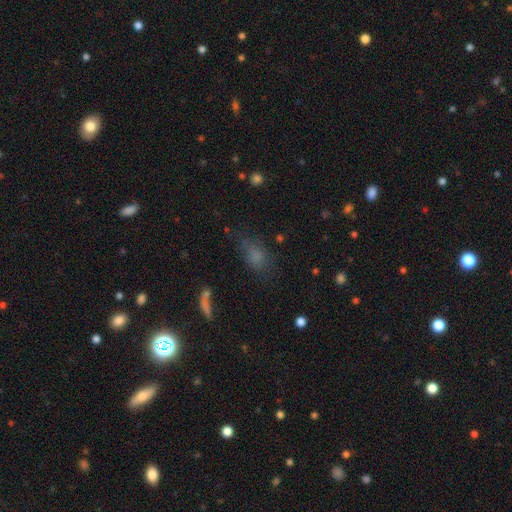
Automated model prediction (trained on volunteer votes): This appears to be a smooth galaxy with no disk features (69%) that is in between round and cigar-shaped (73%). Merging: none (57%).